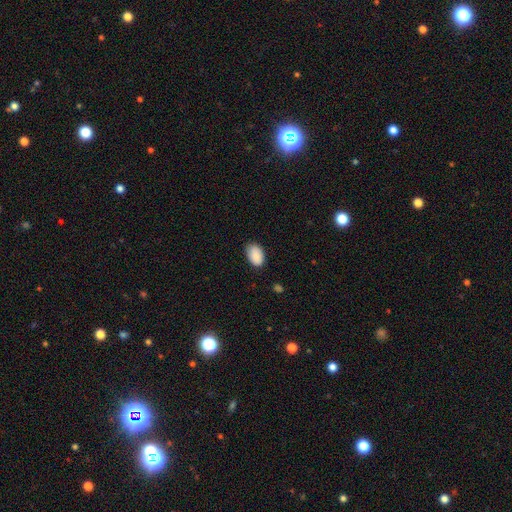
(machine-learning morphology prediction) type=smooth (89%); roundness=in between (91%); merging=none (81%).